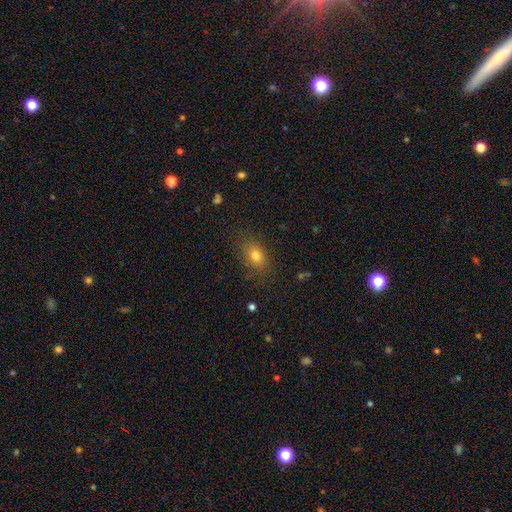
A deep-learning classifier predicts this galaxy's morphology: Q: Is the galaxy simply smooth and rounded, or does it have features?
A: smooth — 77%.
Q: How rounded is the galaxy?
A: in between — 72%.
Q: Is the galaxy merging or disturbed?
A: none — 82%.